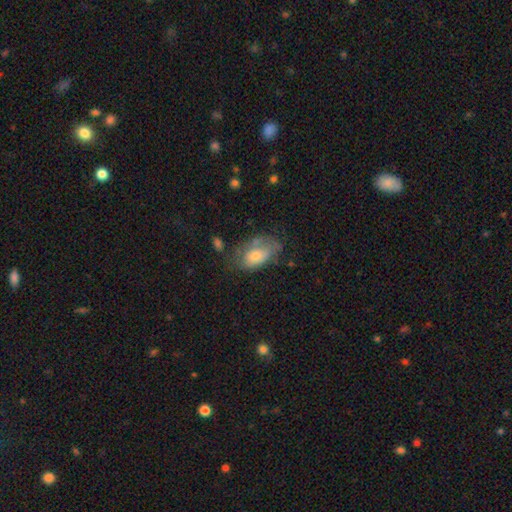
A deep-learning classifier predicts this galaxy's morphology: Overall: smooth (65%; featured or disk 28%). How rounded: in between (91%). Merging: none (47%; minor disturbance 31%).